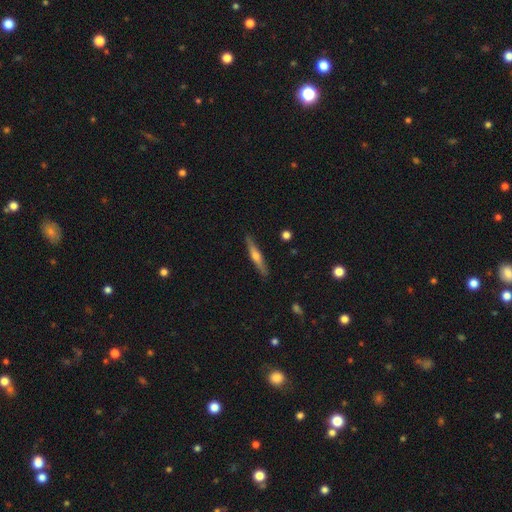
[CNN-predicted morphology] type=featured or disk (58%); edge-on=yes (96%); edge-on bulge=rounded (85%); merging=none (89%).